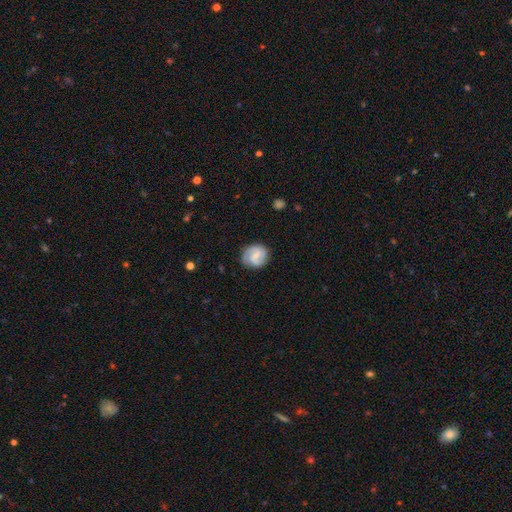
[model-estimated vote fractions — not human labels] This appears to be a featured or disk galaxy (63%) with a weak bar (54%), 2 (79%) medium (46%) spiral arms (90%) and a small central bulge (54%). Merging: none (79%).